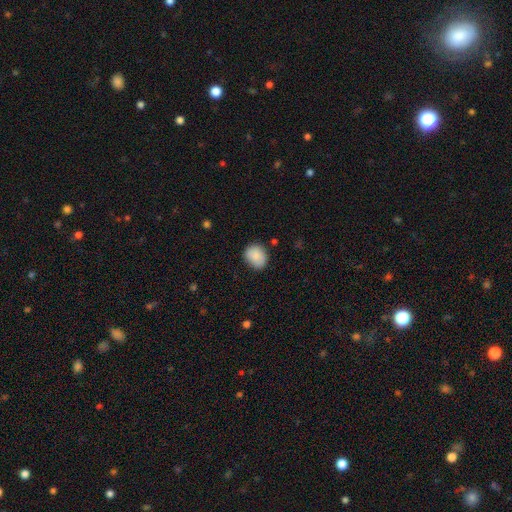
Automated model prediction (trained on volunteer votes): Overall: smooth (87%). How rounded: round (58%; in between 41%). Merging: none (78%).